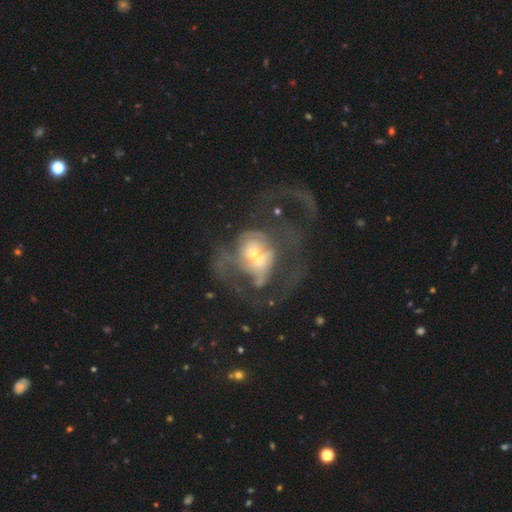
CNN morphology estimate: The model was most divided on "bulge size": moderate: 43%, small: 41%, large: 10%, none: 4%, dominant: 3%. More confident: edge-on disk — no (96%); bar — no (66%); smooth or featured — featured or disk (66%); spiral arms — no (56%); merging — major disturbance (55%).